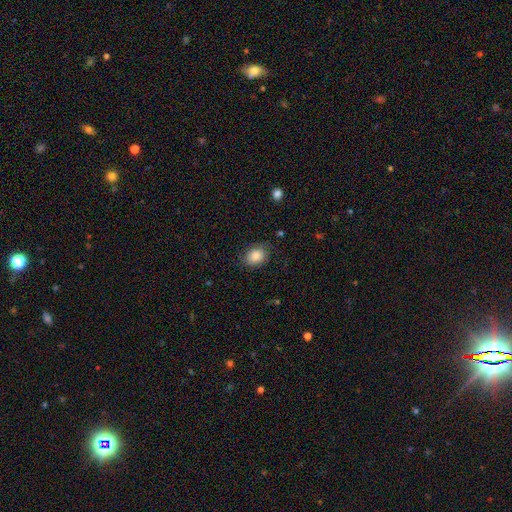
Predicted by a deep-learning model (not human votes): The model was most divided on "how rounded": in between: 57%, round: 42%, cigar-shaped: 1%. More confident: smooth or featured — smooth (81%); merging — none (75%).